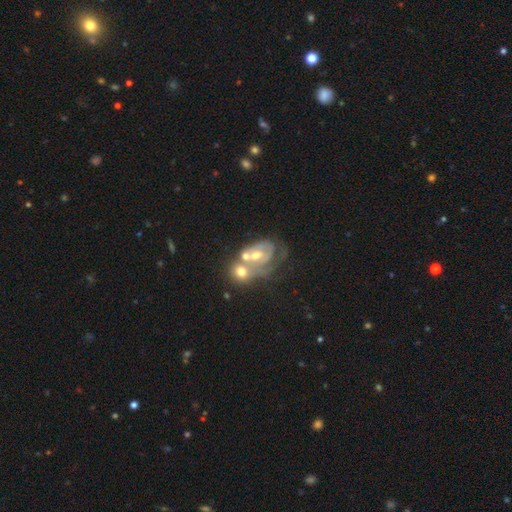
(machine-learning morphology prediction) Overall: featured or disk (71%). Edge-on disk: no (96%). Bar: no (67%). Spiral arms: yes (70%). Bulge size: moderate (49%; small 43%). Merging: merger (55%; none 25%).